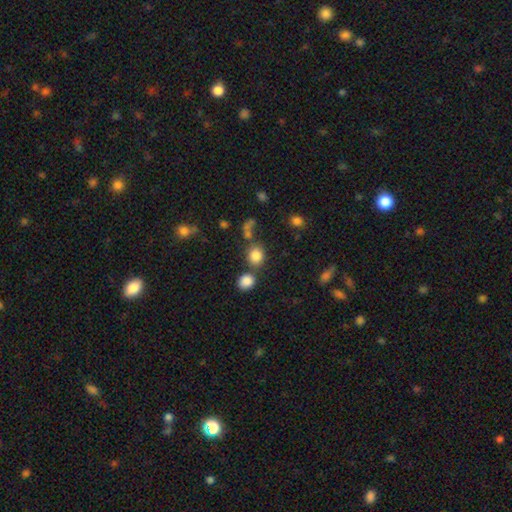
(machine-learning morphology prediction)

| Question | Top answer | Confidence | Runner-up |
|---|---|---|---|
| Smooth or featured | smooth | 82% | star or artifact (12%) |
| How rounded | round | 78% | in between (21%) |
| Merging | none | 64% | merger (21%) |